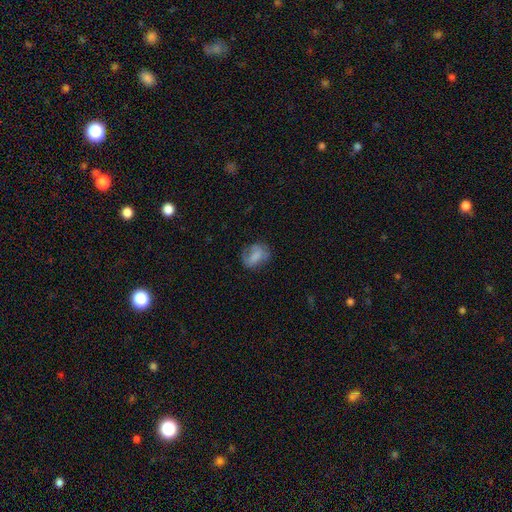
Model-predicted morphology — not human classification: smooth_or_featured: smooth (p=0.67) [alt: featured or disk p=0.24]
how_rounded: in between (p=0.65) [alt: round p=0.33]
merging: none (p=0.57) [alt: minor disturbance p=0.26]